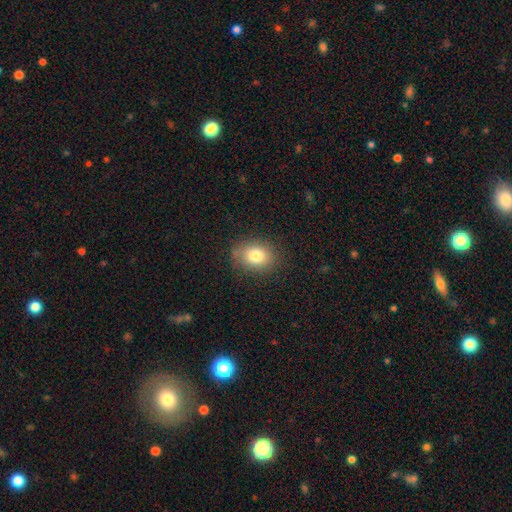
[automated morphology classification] This is likely a smooth galaxy (80%). How rounded: possibly in between (54%). Merging: clearly none (82%).